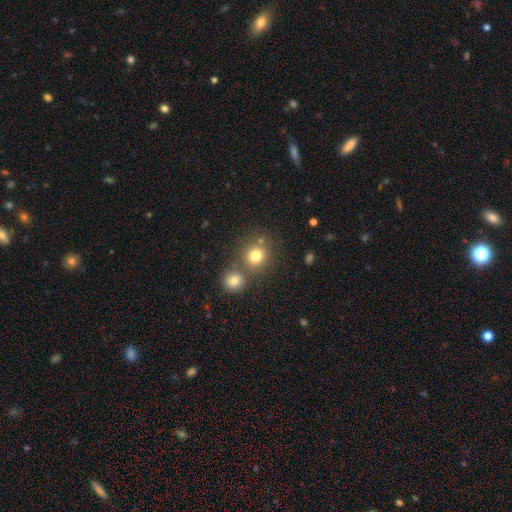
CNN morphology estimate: type=smooth (78%); roundness=round (88%); merging=none (65%).